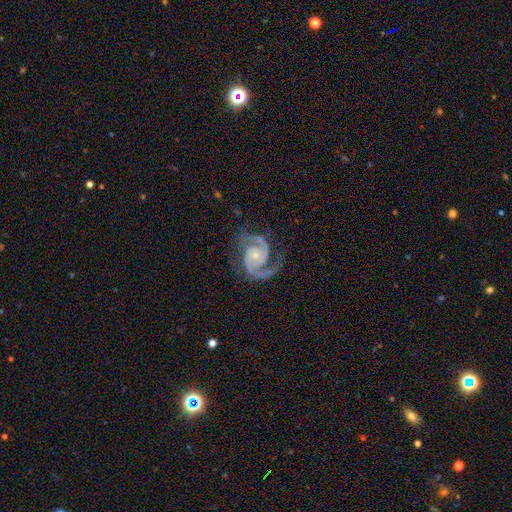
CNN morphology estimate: Smooth or featured: featured or disk — 94% (star or artifact — 4%)
Edge-on disk: no — 98% (yes — 2%)
Bar: no — 68% (weak — 25%)
Spiral arms: yes — 99% (no — 1%)
Spiral winding: medium — 54% (tight — 38%)
Spiral arm count: 2 — 93% (3 — 3%)
Bulge size: small — 64% (moderate — 28%)
Merging: none — 78% (minor disturbance — 14%)